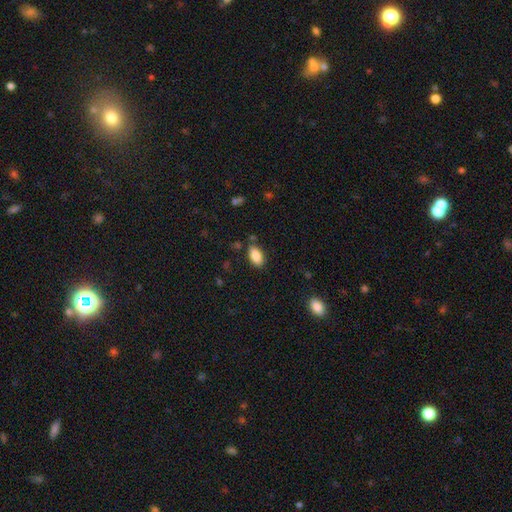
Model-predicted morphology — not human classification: Smooth or featured? smooth (87%)
How rounded? in between (92%)
Merging? none (83%)